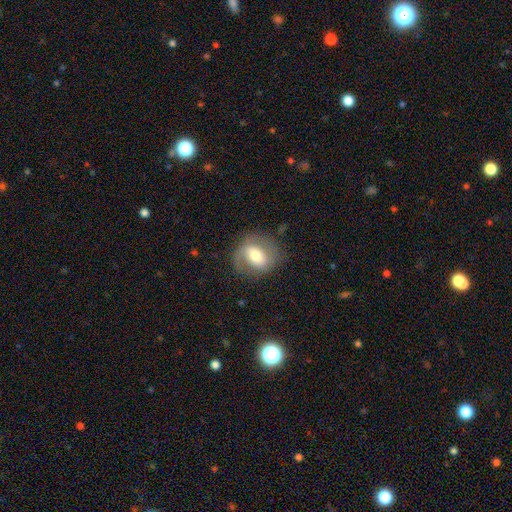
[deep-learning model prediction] Q: Smooth or featured?
A: featured or disk (57%); runner-up: smooth (36%)
Q: Edge-on disk?
A: no (96%); runner-up: yes (4%)
Q: Bar?
A: weak (43%); runner-up: no (30%)
Q: Spiral arms?
A: yes (76%); runner-up: no (24%)
Q: Bulge size?
A: moderate (64%); runner-up: small (18%)
Q: Merging?
A: none (73%); runner-up: minor disturbance (16%)